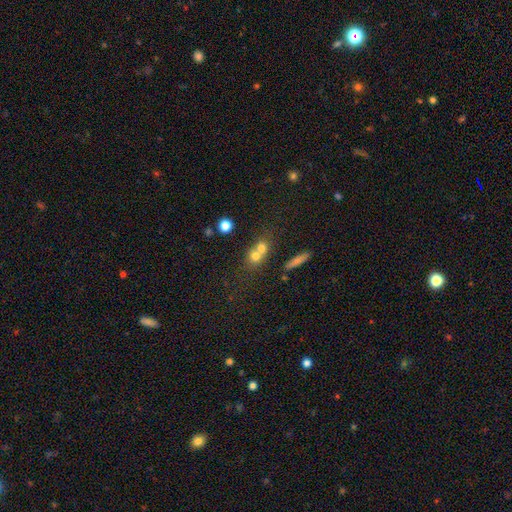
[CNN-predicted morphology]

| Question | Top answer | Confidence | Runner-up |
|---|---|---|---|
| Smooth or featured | smooth | 67% | featured or disk (18%) |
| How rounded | round | 74% | in between (22%) |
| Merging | merger | 60% | none (30%) |